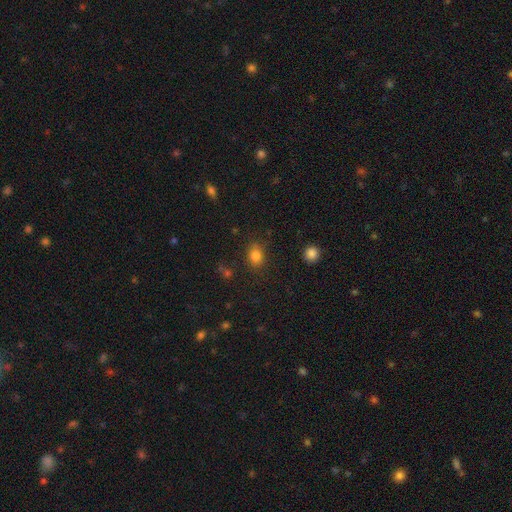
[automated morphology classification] A smooth galaxy with no disk features (82%) that is in between round and cigar-shaped (56%). Merging: none (80%).